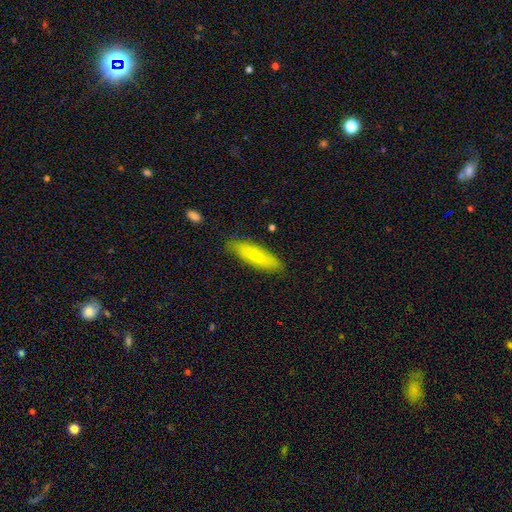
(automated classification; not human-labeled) smooth-or-featured: smooth: 71% | featured or disk: 23% | star or artifact: 6%
  how-rounded: cigar-shaped: 63% | in between: 35% | round: 2%
  merging: none: 84% | minor disturbance: 12% | major disturbance: 2% | merger: 1%